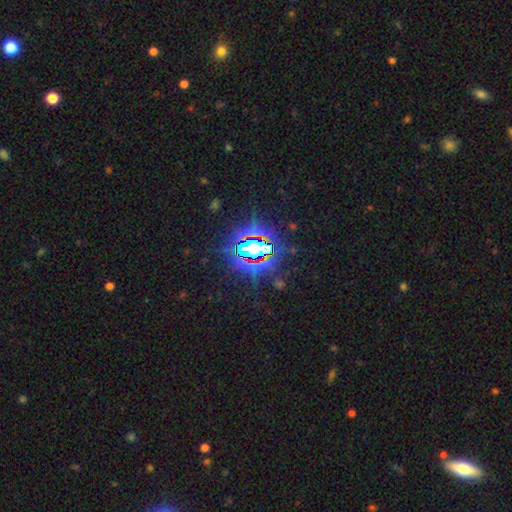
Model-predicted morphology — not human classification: Smooth or featured: star or artifact — 78% (smooth — 12%)